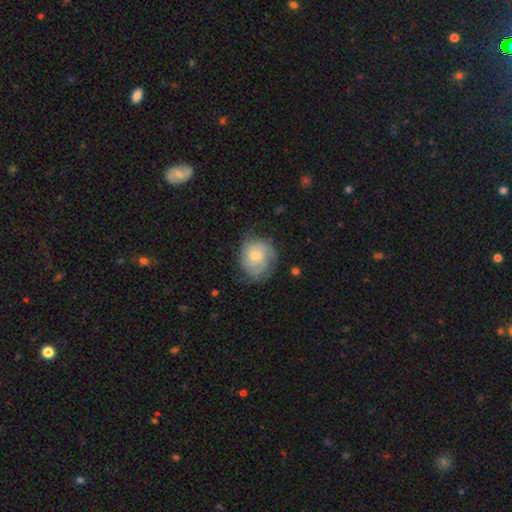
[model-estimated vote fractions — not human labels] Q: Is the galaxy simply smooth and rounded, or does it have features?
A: featured or disk — 58%.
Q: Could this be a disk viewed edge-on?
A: no — 98%.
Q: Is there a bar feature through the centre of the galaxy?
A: no — 66%.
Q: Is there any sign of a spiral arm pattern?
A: yes — 88%.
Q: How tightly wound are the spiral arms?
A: tight — 56%.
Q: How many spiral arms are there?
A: can't tell — 41%.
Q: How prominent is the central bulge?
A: small — 53%.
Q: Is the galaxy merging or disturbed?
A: none — 62%.